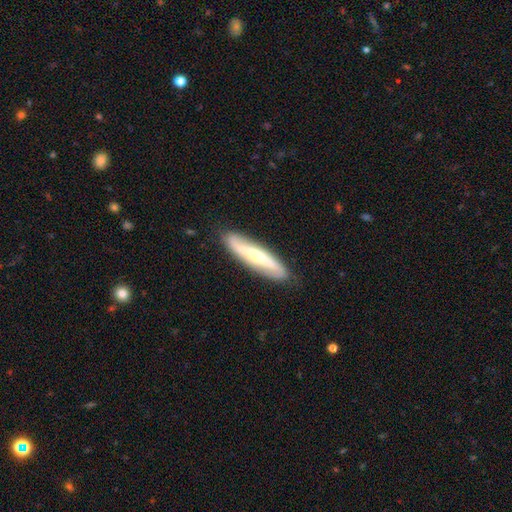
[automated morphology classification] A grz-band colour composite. It shows a featured or disk galaxy (58%) viewed edge-on (61%). Merging: none (88%).